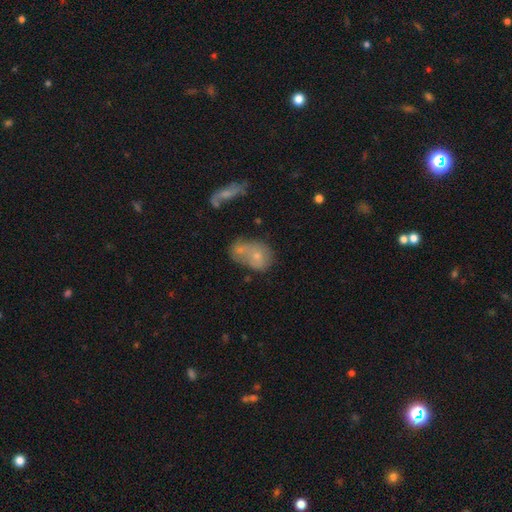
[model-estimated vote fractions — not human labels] A smooth galaxy with no disk features (57%) that is in between round and cigar-shaped (66%).

Vote fractions:
- Smooth or featured? smooth: 57% / featured or disk: 32% / star or artifact: 10%
- How rounded? in between: 66% / round: 32% / cigar-shaped: 2%
- Merging? merger: 52% / none: 22% / minor disturbance: 15% / major disturbance: 11%